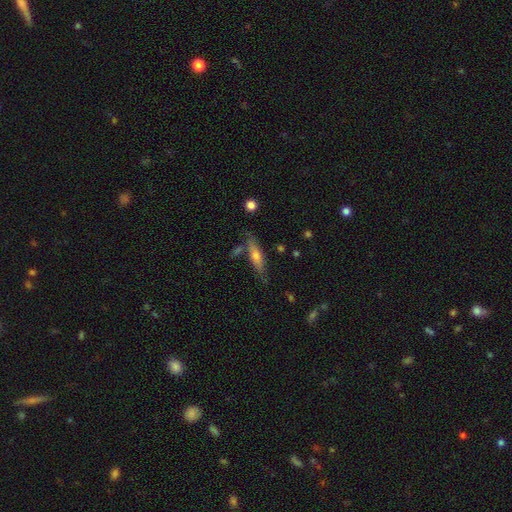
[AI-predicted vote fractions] Morphology: type=smooth (56%); roundness=cigar-shaped (68%); merging=none (72%).